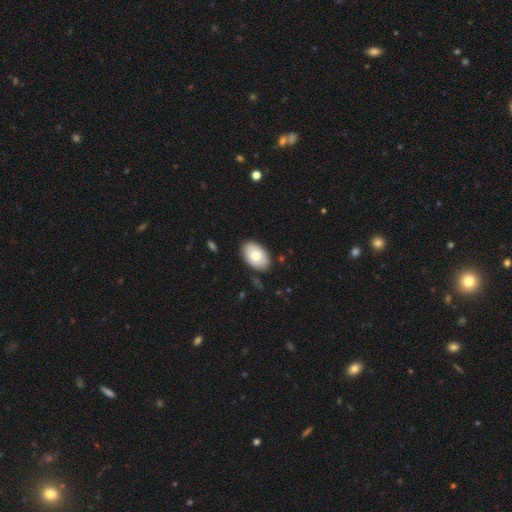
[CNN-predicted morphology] smooth 71%, featured or disk 23%, star or artifact 6%. Down the decision tree: how rounded — in between (90%); merging — none (86%).